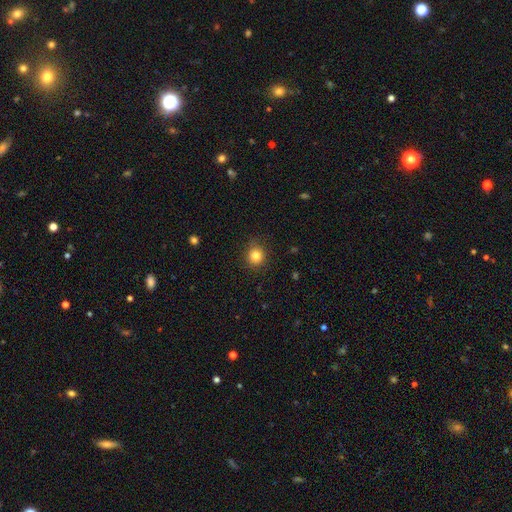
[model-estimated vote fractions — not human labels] Q: Smooth or featured?
A: smooth (83%); runner-up: star or artifact (12%)
Q: How rounded?
A: round (87%); runner-up: in between (12%)
Q: Merging?
A: none (86%); runner-up: minor disturbance (10%)